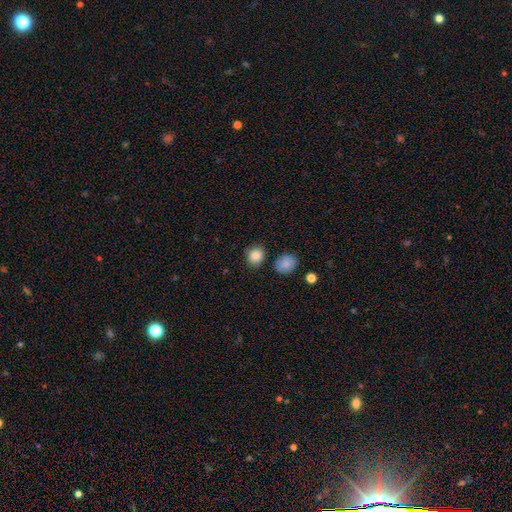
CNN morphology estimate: This appears to be a smooth galaxy with no disk features (87%) that is round (77%). Merging: none (80%).